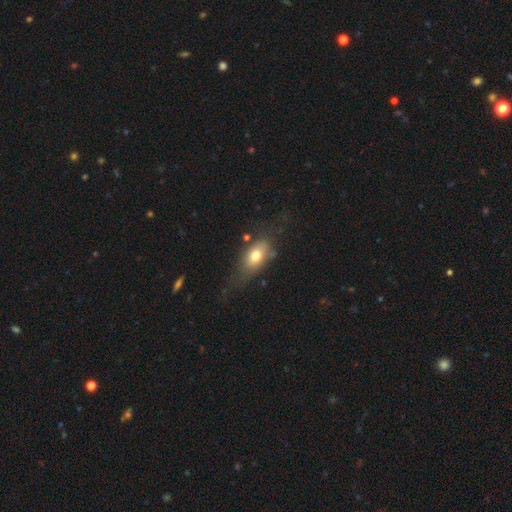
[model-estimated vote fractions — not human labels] Smooth or featured? smooth (72%)
How rounded? in between (84%)
Merging? none (46%)